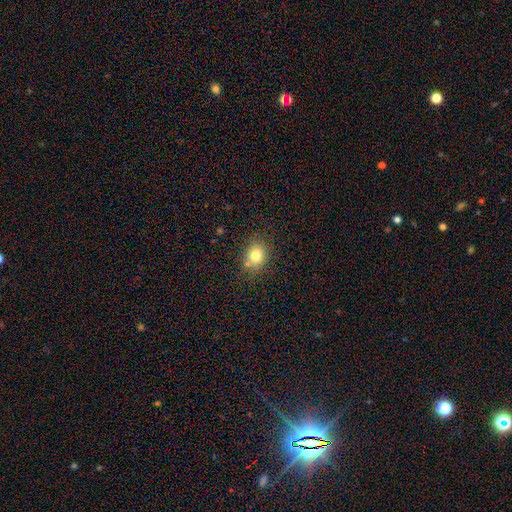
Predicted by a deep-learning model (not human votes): A smooth galaxy with no disk features (79%) that is round (57%). Merging: none (73%).